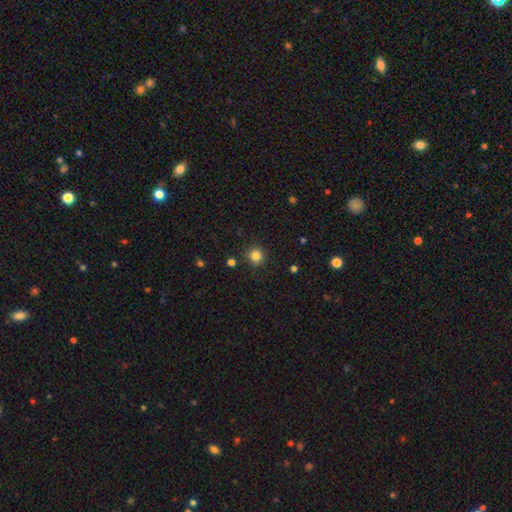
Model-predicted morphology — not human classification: smooth_or_featured: smooth (p=0.82) [alt: star or artifact p=0.13]
how_rounded: round (p=0.94) [alt: in between p=0.05]
merging: none (p=0.90) [alt: minor disturbance p=0.06]